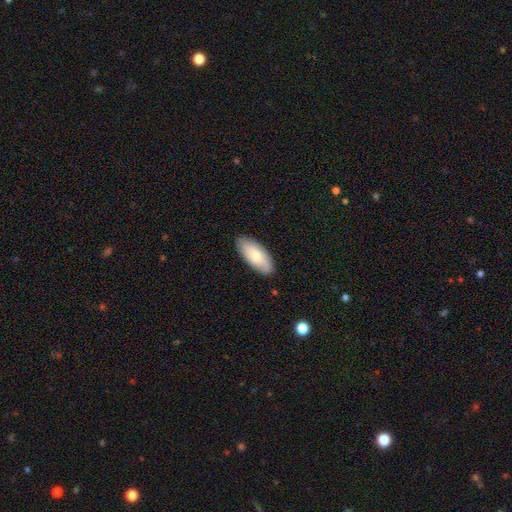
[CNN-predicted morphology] Q: Smooth or featured?
A: smooth (72%); runner-up: featured or disk (23%)
Q: How rounded?
A: in between (89%); runner-up: cigar-shaped (9%)
Q: Merging?
A: none (86%); runner-up: minor disturbance (11%)